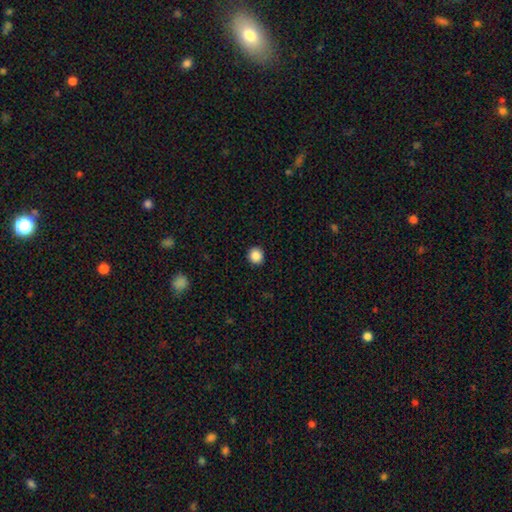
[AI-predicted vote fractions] Q: Smooth or featured?
A: smooth (87%); runner-up: star or artifact (10%)
Q: How rounded?
A: round (92%); runner-up: in between (7%)
Q: Merging?
A: none (93%); runner-up: minor disturbance (5%)